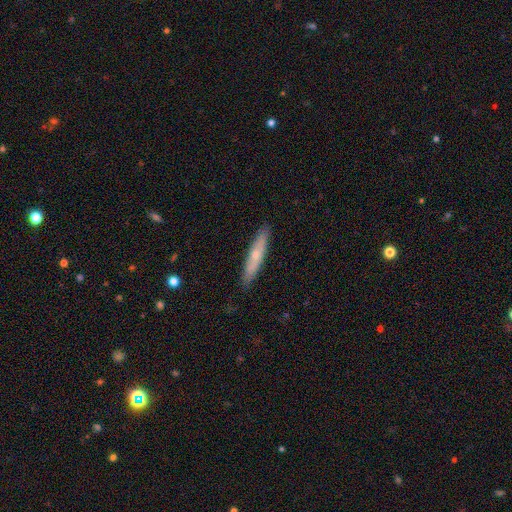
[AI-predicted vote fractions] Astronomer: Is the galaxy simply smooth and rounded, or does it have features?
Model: smooth — 55% (runner-up: featured or disk, 39%).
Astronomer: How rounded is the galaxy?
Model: cigar-shaped — 90%.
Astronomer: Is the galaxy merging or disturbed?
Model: none — 88%.